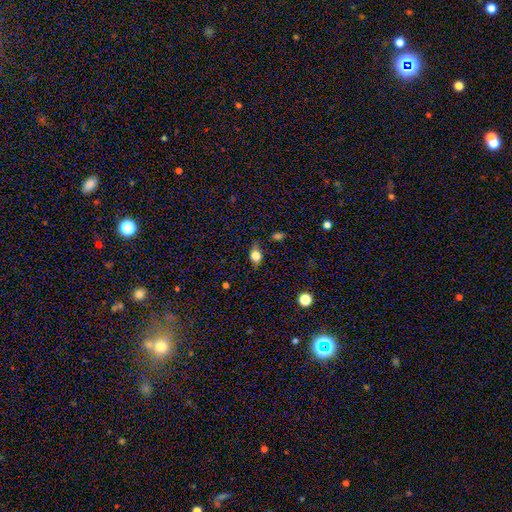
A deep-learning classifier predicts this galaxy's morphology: Smooth or featured: smooth — 74% (featured or disk — 15%)
How rounded: in between — 55% (round — 42%)
Merging: none — 69% (minor disturbance — 23%)